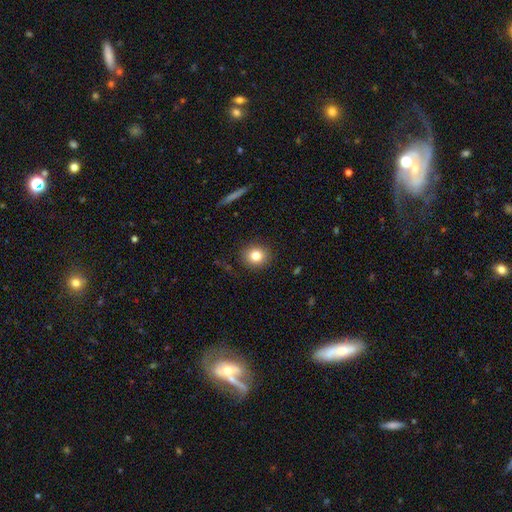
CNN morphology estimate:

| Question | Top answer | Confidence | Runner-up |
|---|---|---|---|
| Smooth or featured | smooth | 81% | star or artifact (11%) |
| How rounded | round | 82% | in between (17%) |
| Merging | none | 89% | minor disturbance (8%) |